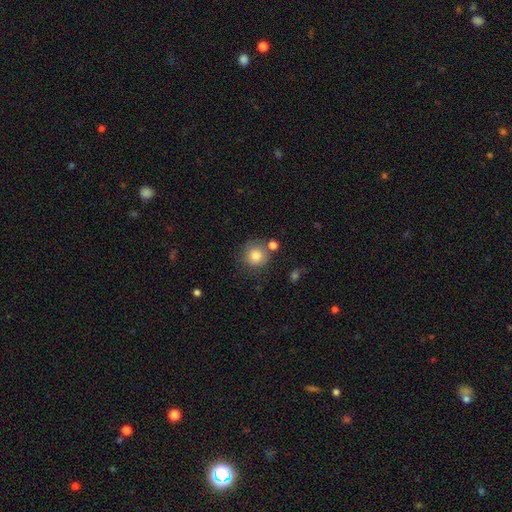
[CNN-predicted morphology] Overall: smooth (83%). How rounded: round (91%). Merging: none (72%).